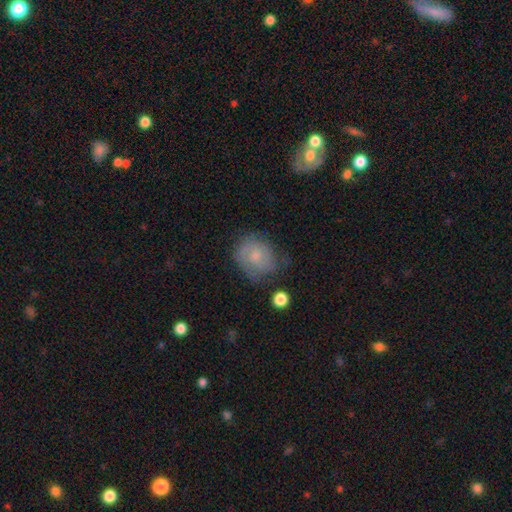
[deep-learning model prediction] Smooth or featured? Predicted: smooth (p=0.47). Merging? Predicted: none (p=0.56).